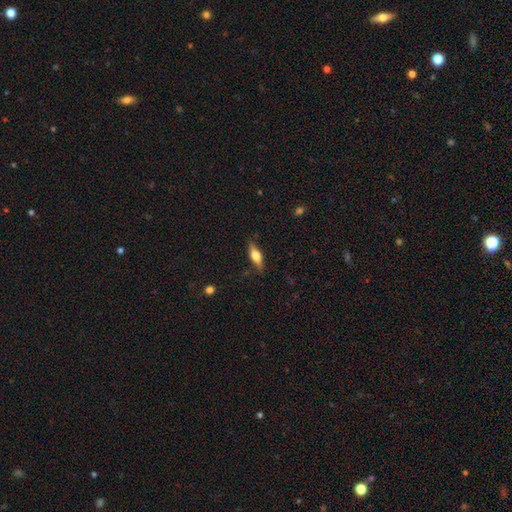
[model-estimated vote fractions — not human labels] Q: Smooth or featured?
A: smooth (49%); runner-up: featured or disk (44%)
Q: Merging?
A: none (83%); runner-up: minor disturbance (13%)